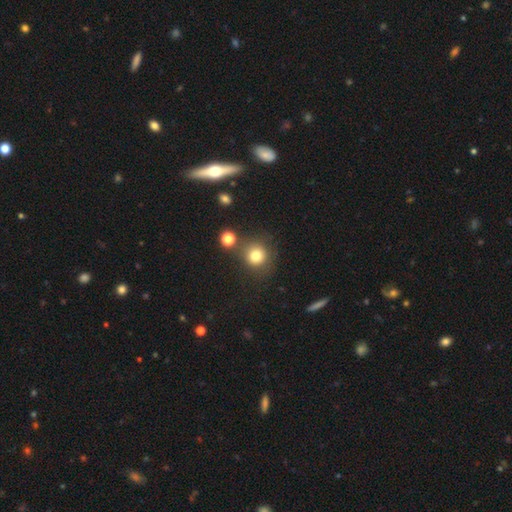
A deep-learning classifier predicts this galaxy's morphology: type=smooth (78%); roundness=round (90%); merging=none (74%).